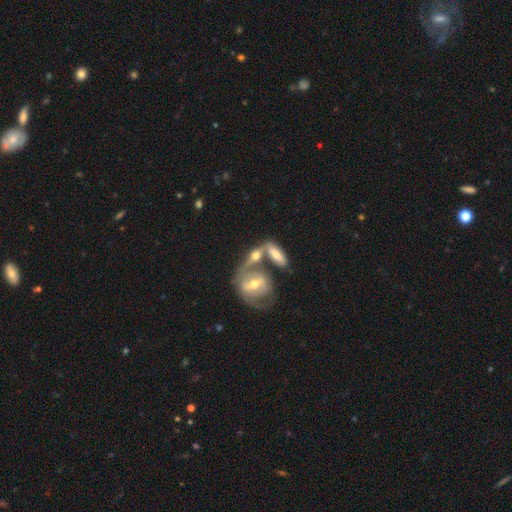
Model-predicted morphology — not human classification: Smooth or featured: featured or disk — 60% (smooth — 33%)
Edge-on disk: no — 67% (yes — 33%)
Merging: merger — 51% (none — 31%)